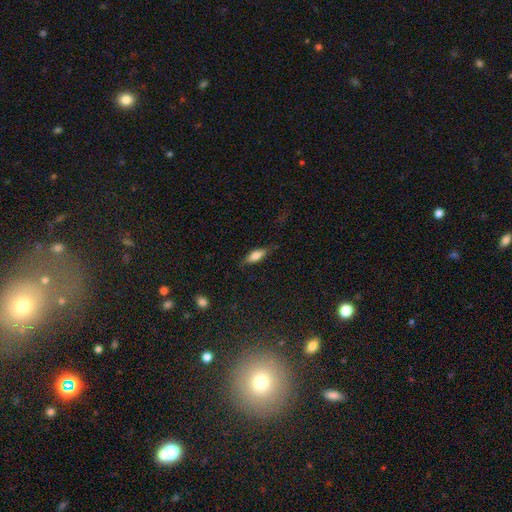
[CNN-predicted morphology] smooth 67%, featured or disk 25%, star or artifact 7%. Down the decision tree: how rounded — in between (66%); merging — none (73%).